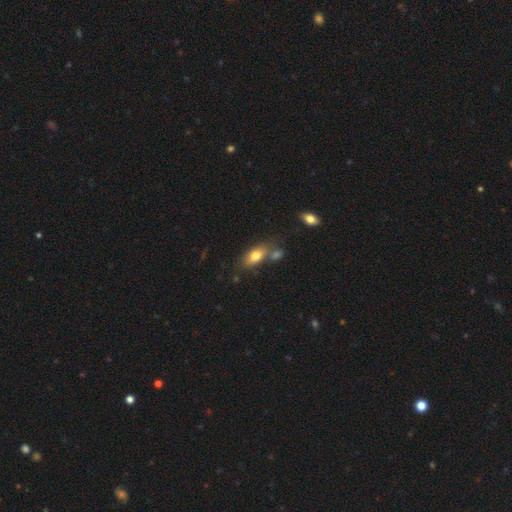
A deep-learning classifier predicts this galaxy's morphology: Q: Smooth or featured?
A: smooth (75%); runner-up: featured or disk (17%)
Q: How rounded?
A: in between (84%); runner-up: cigar-shaped (11%)
Q: Merging?
A: none (60%); runner-up: merger (22%)